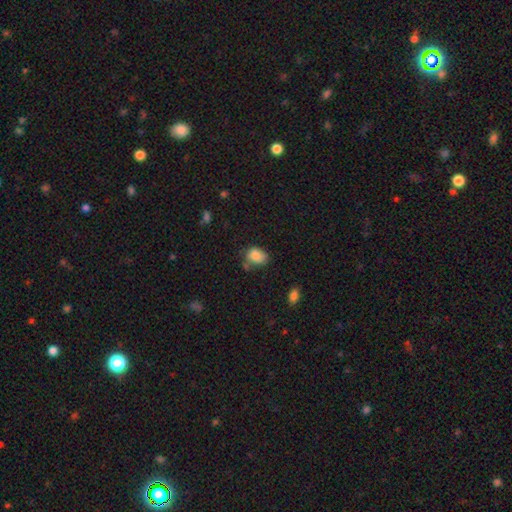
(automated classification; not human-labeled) This is clearly a smooth galaxy (83%). How rounded: likely in between (72%). Merging: possibly none (55%).